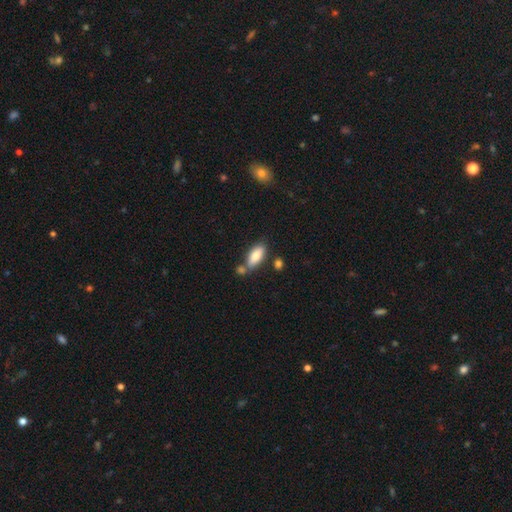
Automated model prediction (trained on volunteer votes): Morphology: type=smooth (81%); roundness=in between (81%); merging=none (64%).